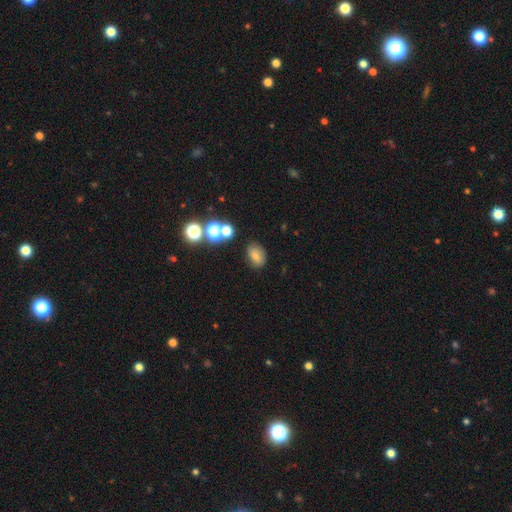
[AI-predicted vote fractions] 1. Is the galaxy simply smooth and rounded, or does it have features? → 70% smooth, 17% star or artifact, 13% featured or disk.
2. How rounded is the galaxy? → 72% in between, 27% round, 1% cigar-shaped.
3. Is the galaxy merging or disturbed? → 79% none, 12% minor disturbance, 5% merger, 4% major disturbance.